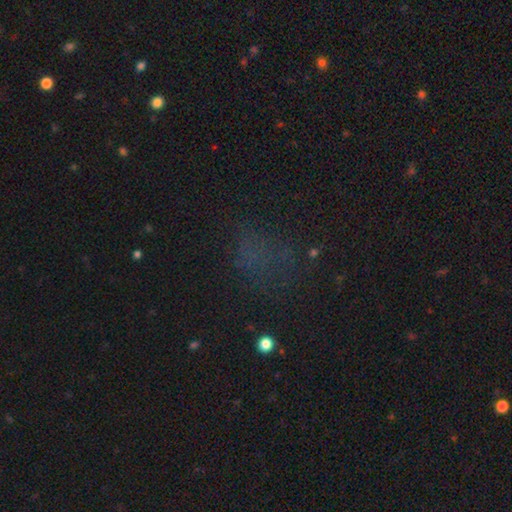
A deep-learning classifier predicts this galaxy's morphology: type=star or artifact (47%).